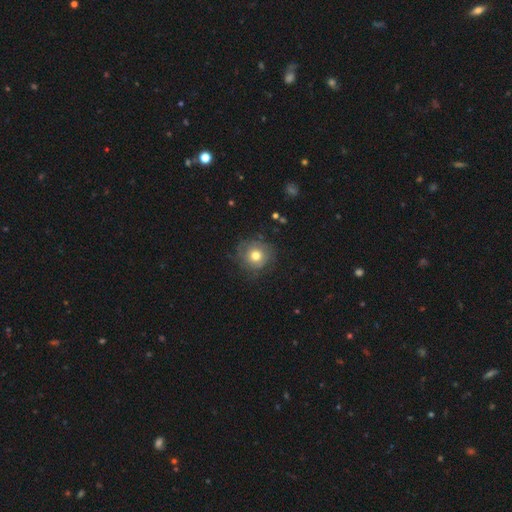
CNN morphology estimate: A smooth galaxy with no disk features (60%) that is round (91%). Merging: none (75%).